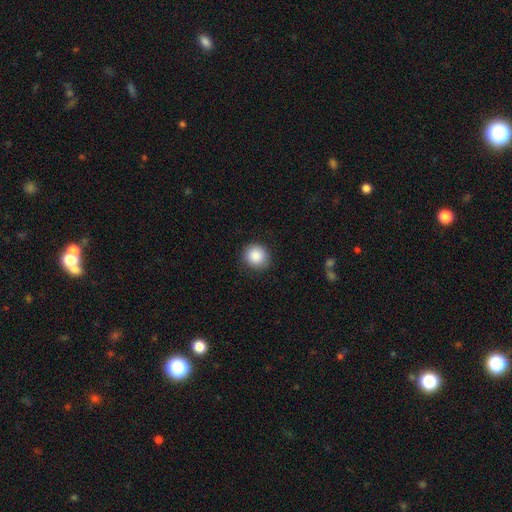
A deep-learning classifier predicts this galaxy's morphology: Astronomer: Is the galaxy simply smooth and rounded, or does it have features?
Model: smooth — 88%.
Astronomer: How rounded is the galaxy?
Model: round — 86%.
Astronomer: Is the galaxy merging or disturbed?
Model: none — 88%.